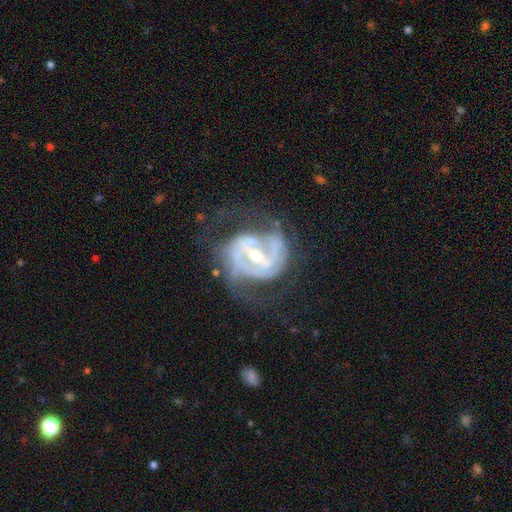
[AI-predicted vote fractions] Q: Smooth or featured?
A: featured or disk (87%); runner-up: smooth (7%)
Q: Edge-on disk?
A: no (96%); runner-up: yes (4%)
Q: Bar?
A: strong (56%); runner-up: weak (31%)
Q: Spiral arms?
A: yes (85%); runner-up: no (15%)
Q: Spiral winding?
A: medium (42%); runner-up: tight (38%)
Q: Spiral arm count?
A: 2 (54%); runner-up: can't tell (22%)
Q: Bulge size?
A: moderate (51%); runner-up: small (45%)
Q: Merging?
A: none (52%); runner-up: major disturbance (26%)